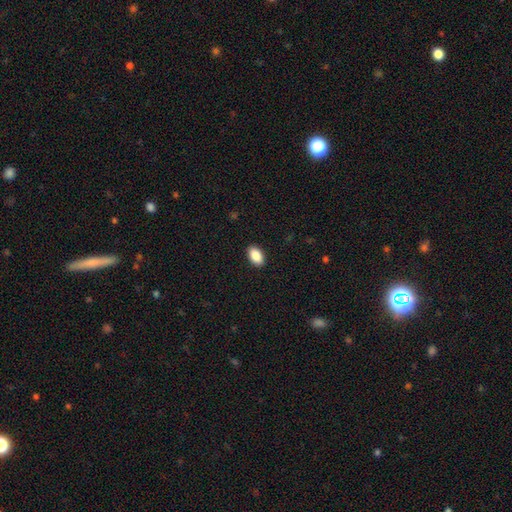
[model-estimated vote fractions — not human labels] Smooth or featured?
  - smooth: 89% *
  - star or artifact: 7%
  - featured or disk: 4%
How rounded?
  - in between: 93% *
  - round: 5%
  - cigar-shaped: 2%
Merging?
  - none: 90% *
  - minor disturbance: 7%
  - major disturbance: 2%
  - merger: 1%